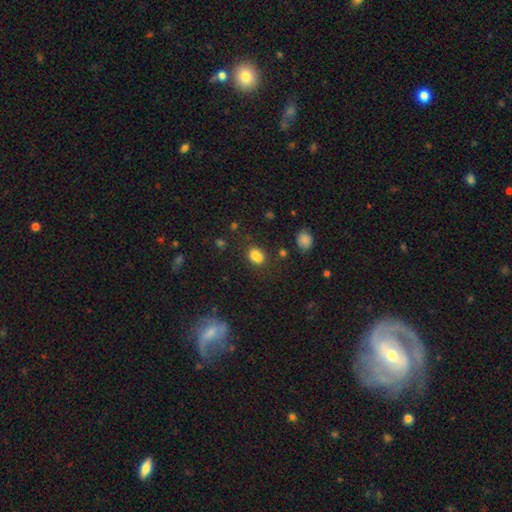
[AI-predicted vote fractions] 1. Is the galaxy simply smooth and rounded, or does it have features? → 80% smooth, 13% star or artifact, 7% featured or disk.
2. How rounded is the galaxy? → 62% in between, 37% round, 1% cigar-shaped.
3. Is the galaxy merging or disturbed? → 67% none, 16% minor disturbance, 12% merger, 5% major disturbance.